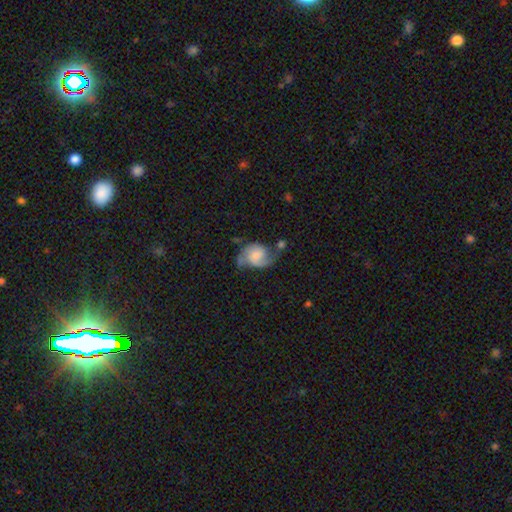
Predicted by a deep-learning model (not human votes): The model was most divided on "spiral winding": medium: 44%, loose: 38%, tight: 18%. Remaining: edge-on disk — no (98%); spiral arms — yes (91%); spiral arm count — 2 (81%); smooth or featured — featured or disk (65%); bar — no (60%); merging — none (40%); bulge size — small (37%).